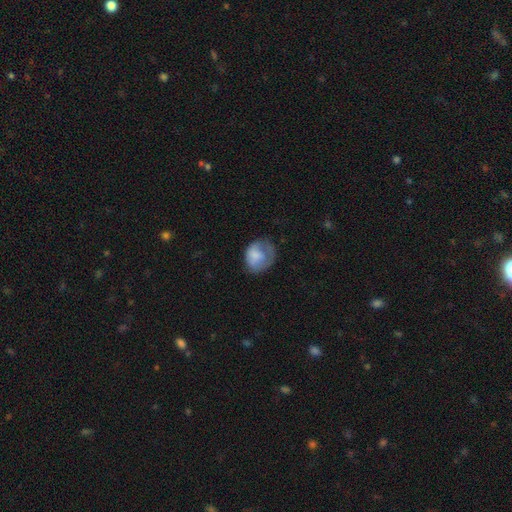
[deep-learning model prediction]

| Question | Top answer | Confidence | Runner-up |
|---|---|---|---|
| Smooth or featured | smooth | 72% | featured or disk (21%) |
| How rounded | round | 57% | in between (42%) |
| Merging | none | 41% | minor disturbance (31%) |